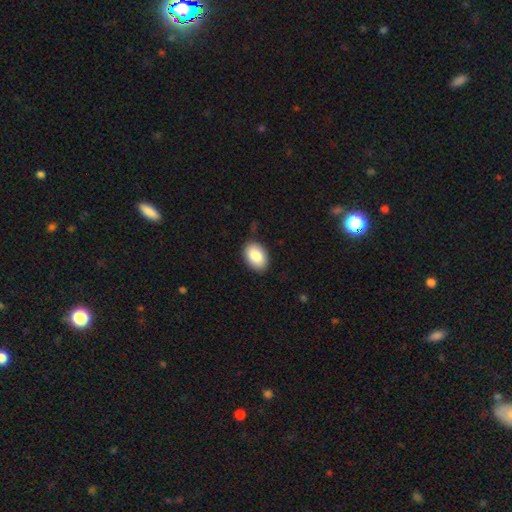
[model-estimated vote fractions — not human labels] Overall: smooth (86%). How rounded: in between (88%). Merging: none (86%).